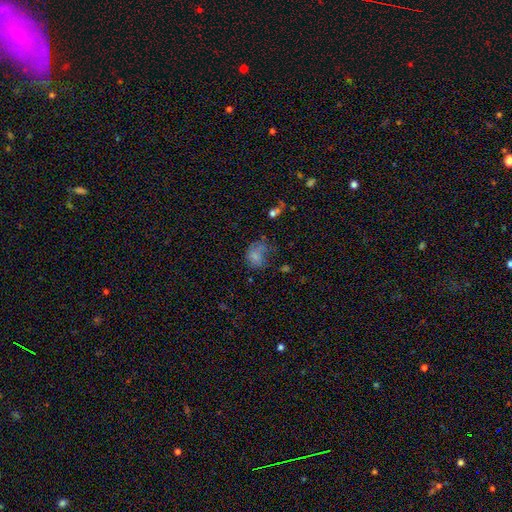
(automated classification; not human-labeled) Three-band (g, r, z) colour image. It shows a smooth galaxy with no disk features (67%) that is in between round and cigar-shaped (60%). Merging: major disturbance (34%).